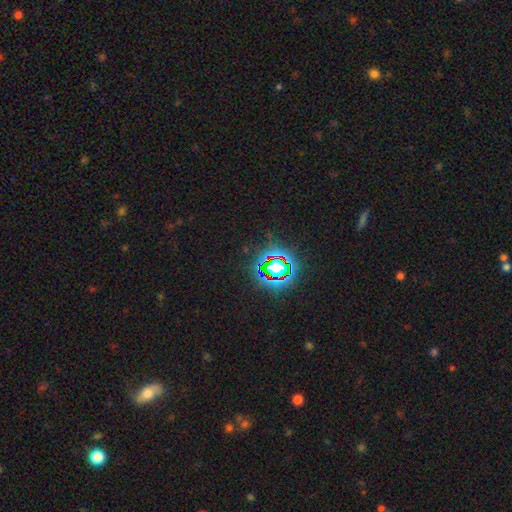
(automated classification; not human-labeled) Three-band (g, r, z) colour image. It shows a star or artifact, not a galaxy (78%).